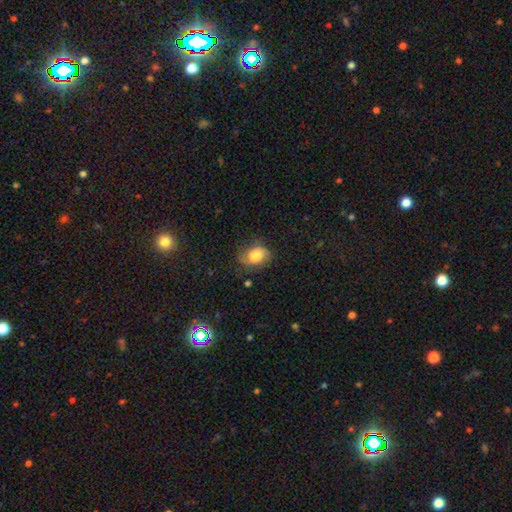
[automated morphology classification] Smooth or featured? Predicted: smooth (p=0.66). How rounded? Predicted: in between (p=0.59). Merging? Predicted: none (p=0.63).